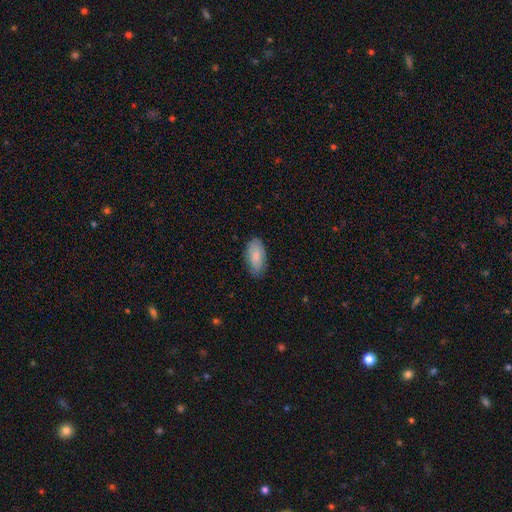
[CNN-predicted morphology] smooth_or_featured: smooth (p=0.84) [alt: featured or disk p=0.10]
how_rounded: in between (p=0.91) [alt: cigar-shaped p=0.07]
merging: none (p=0.82) [alt: minor disturbance p=0.14]